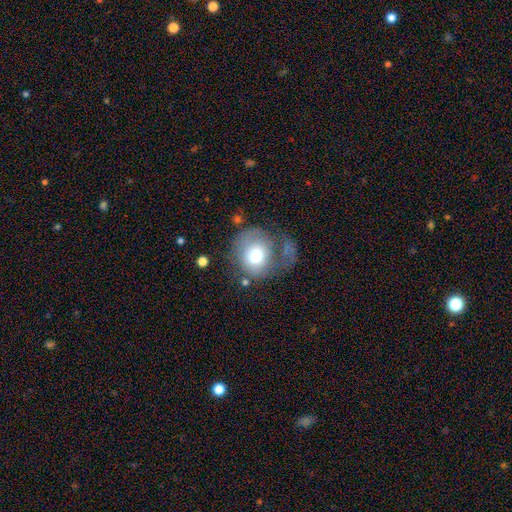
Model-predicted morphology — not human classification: Overall: smooth (63%; featured or disk 28%). How rounded: round (75%). Merging: major disturbance (36%; none 35%).